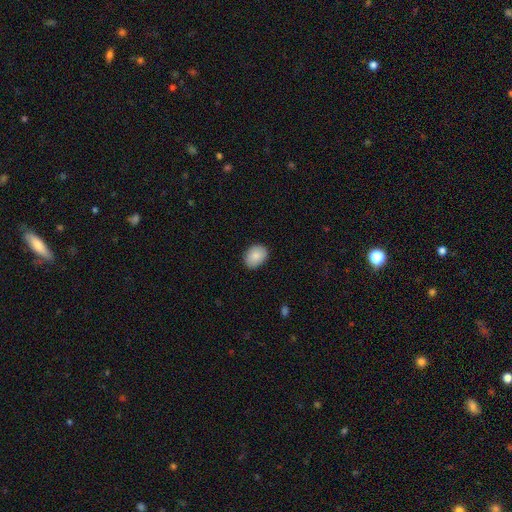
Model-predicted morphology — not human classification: Smooth or featured: smooth — 87% (star or artifact — 7%)
How rounded: in between — 70% (round — 29%)
Merging: none — 86% (minor disturbance — 11%)